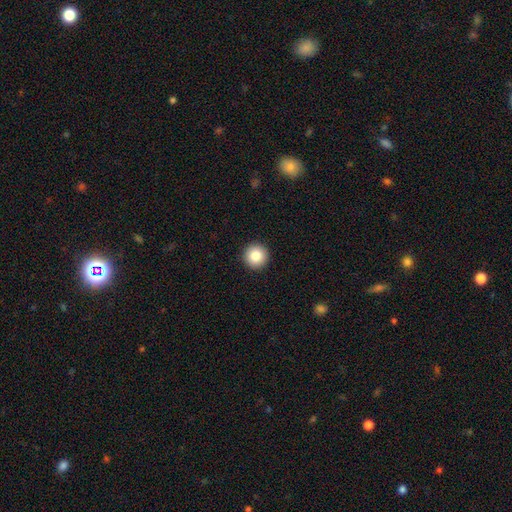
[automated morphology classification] This is clearly a smooth galaxy (85%). How rounded: clearly round (96%). Merging: clearly none (93%).